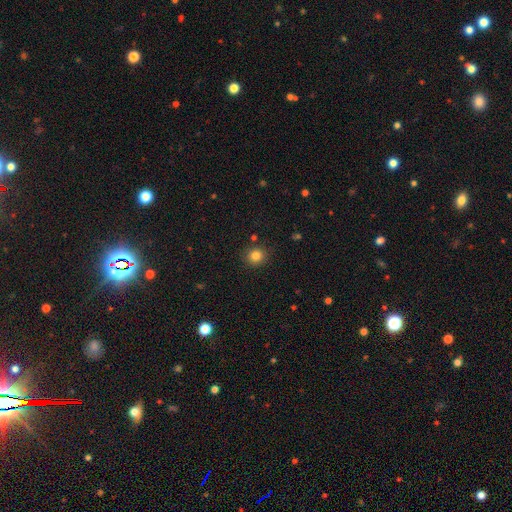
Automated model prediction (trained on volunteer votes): Morphology: type=smooth (83%); roundness=round (86%); merging=none (87%).